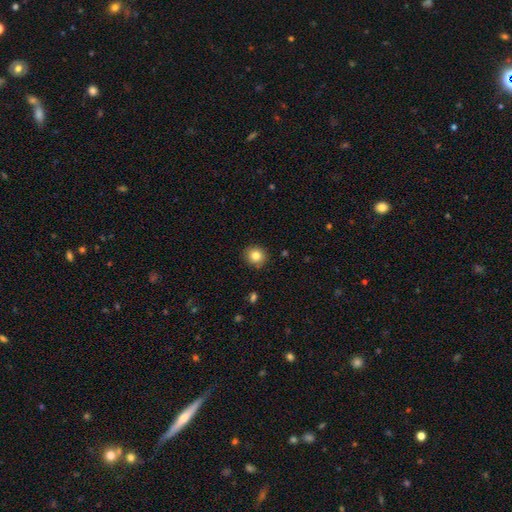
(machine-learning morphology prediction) Q: Smooth or featured?
A: smooth (83%); runner-up: star or artifact (10%)
Q: How rounded?
A: round (89%); runner-up: in between (10%)
Q: Merging?
A: none (90%); runner-up: minor disturbance (7%)